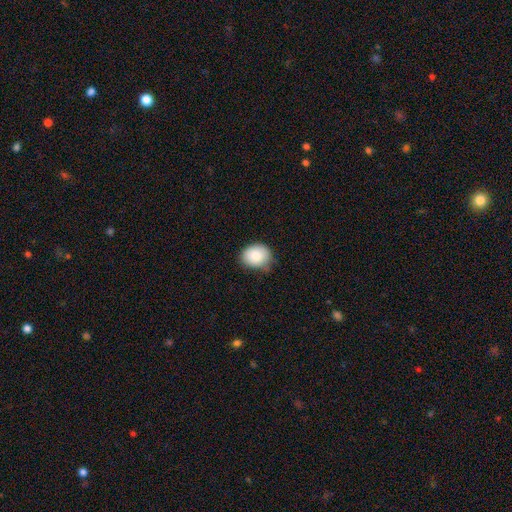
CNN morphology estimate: smooth-or-featured: smooth: 84% | featured or disk: 8% | star or artifact: 8%
  how-rounded: round: 52% | in between: 47% | cigar-shaped: 1%
  merging: none: 63% | minor disturbance: 30% | major disturbance: 5% | merger: 2%